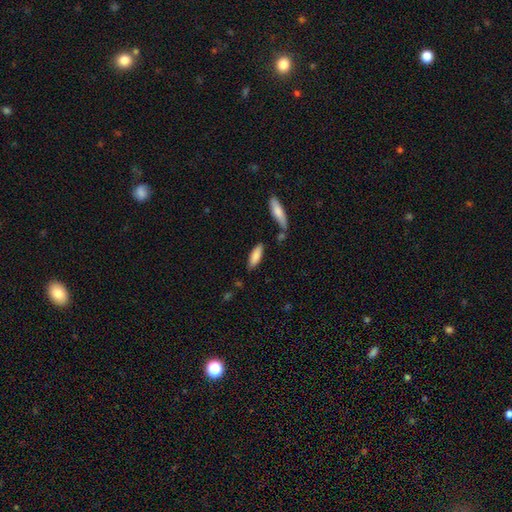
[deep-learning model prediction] The model was most divided on "how rounded": in between: 59%, cigar-shaped: 40%, round: 2%. More confident: smooth or featured — smooth (84%); merging — none (76%).